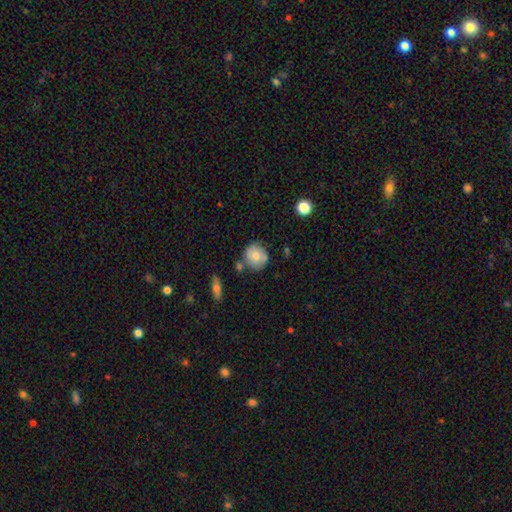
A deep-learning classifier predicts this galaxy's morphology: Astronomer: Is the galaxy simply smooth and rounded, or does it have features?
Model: smooth — 71%.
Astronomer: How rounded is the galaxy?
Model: round — 86%.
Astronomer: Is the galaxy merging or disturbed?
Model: none — 71%.